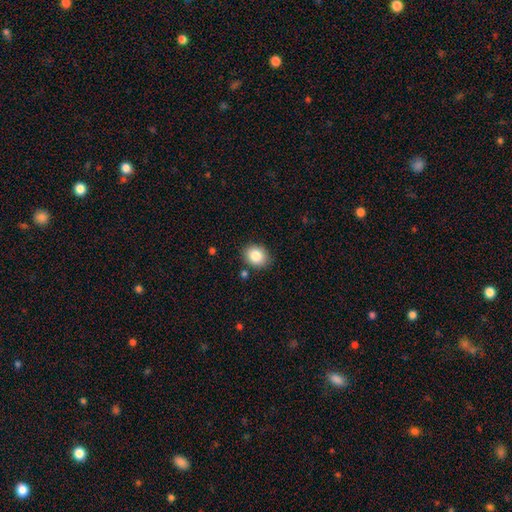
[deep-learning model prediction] A smooth galaxy with no disk features (84%) that is round (58%). Merging: none (84%).